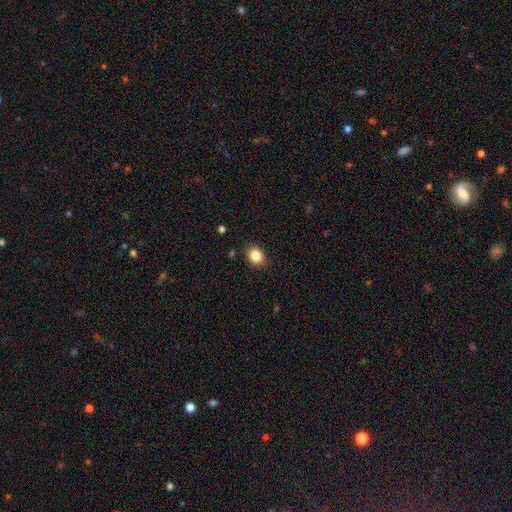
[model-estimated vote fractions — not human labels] The model was most divided on "how rounded": round: 52%, in between: 47%, cigar-shaped: 1%. More confident: smooth or featured — smooth (86%); merging — none (85%).